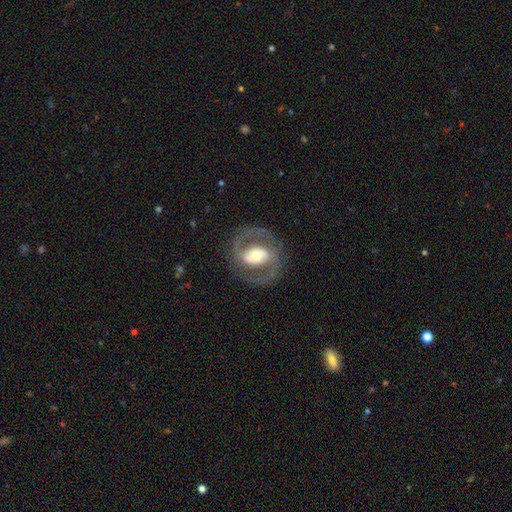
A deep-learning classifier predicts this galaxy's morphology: A featured or disk galaxy (82%) with a weak bar (35%), 2 (90%) medium (56%) spiral arms (83%) and a moderate central bulge (64%). Merging: none (82%).